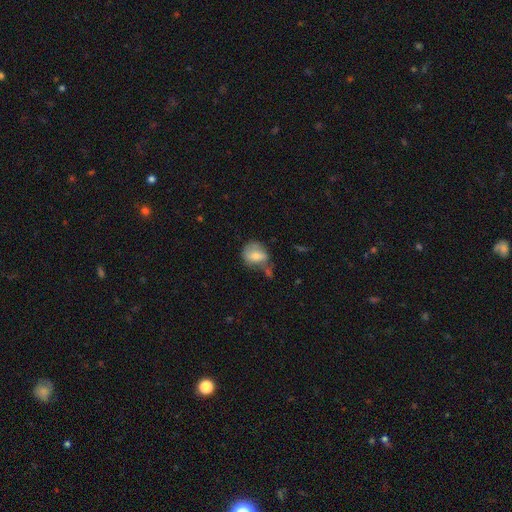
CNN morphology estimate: Smooth or featured?
  - smooth: 66% *
  - featured or disk: 25%
  - star or artifact: 9%
How rounded?
  - round: 57% *
  - in between: 42%
  - cigar-shaped: 2%
Merging?
  - none: 41% *
  - minor disturbance: 28%
  - merger: 17%
  - major disturbance: 15%